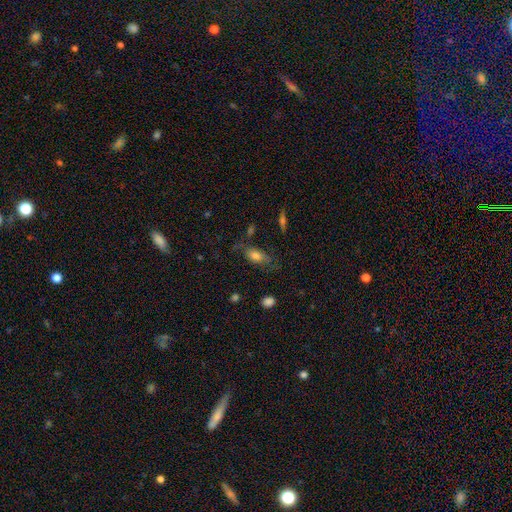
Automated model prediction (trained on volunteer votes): Smooth or featured?
  - smooth: 71% *
  - featured or disk: 20%
  - star or artifact: 9%
How rounded?
  - in between: 86% *
  - cigar-shaped: 9%
  - round: 6%
Merging?
  - none: 58% *
  - minor disturbance: 25%
  - major disturbance: 13%
  - merger: 3%